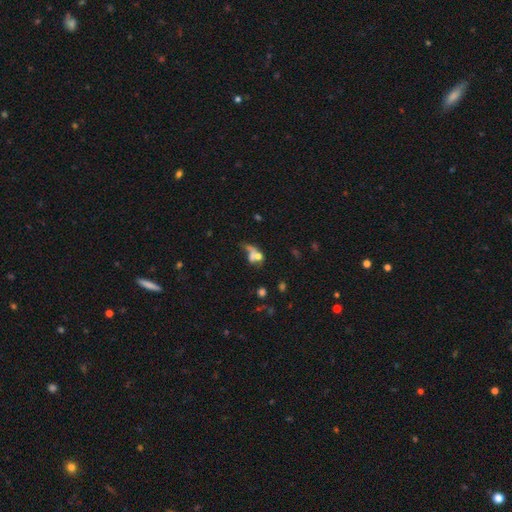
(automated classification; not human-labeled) This appears to be a smooth galaxy with no disk features (54%) that is in between round and cigar-shaped (60%). Merging: merger (42%).